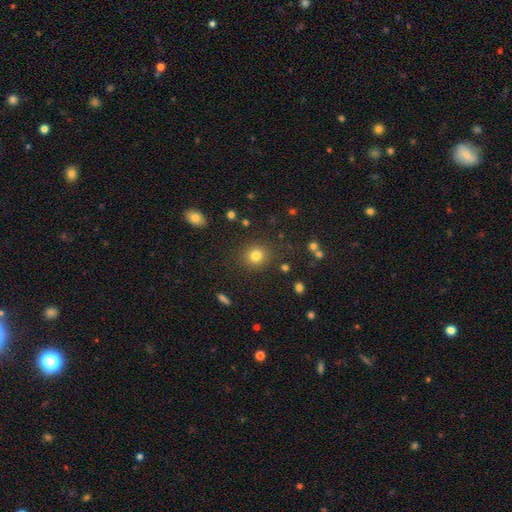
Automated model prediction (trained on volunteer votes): smooth-or-featured: smooth: 80% | star or artifact: 14% | featured or disk: 7%
  how-rounded: round: 87% | in between: 12% | cigar-shaped: 1%
  merging: none: 87% | minor disturbance: 8% | major disturbance: 3% | merger: 3%